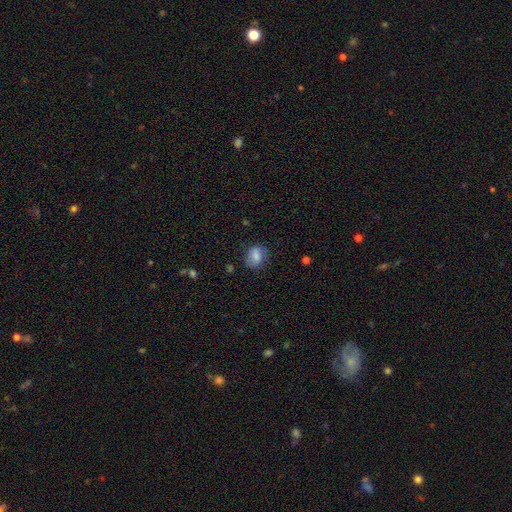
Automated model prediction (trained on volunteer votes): The model was most divided on "how rounded": in between: 56%, round: 43%, cigar-shaped: 1%. More confident: smooth or featured — smooth (77%); merging — none (73%).